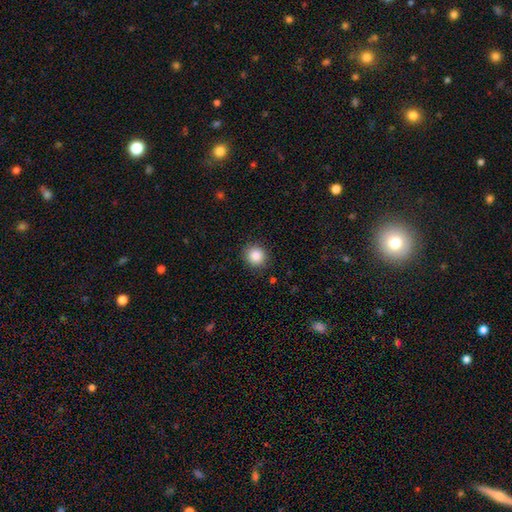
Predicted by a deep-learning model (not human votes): Smooth or featured: smooth — 87% (star or artifact — 10%)
How rounded: round — 88% (in between — 11%)
Merging: none — 89% (minor disturbance — 8%)